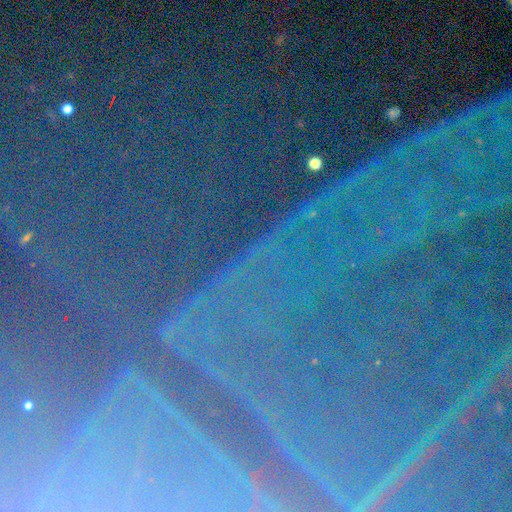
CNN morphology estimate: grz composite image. It shows a star or artifact, not a galaxy (84%).